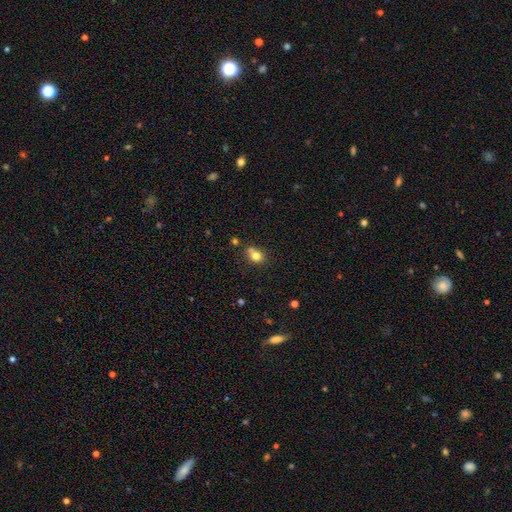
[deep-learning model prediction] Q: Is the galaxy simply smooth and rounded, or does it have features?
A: smooth — 78%.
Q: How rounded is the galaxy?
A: round — 53%.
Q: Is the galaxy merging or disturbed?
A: none — 58%.